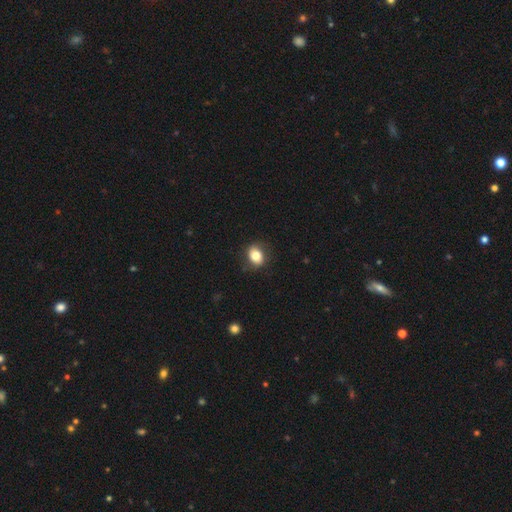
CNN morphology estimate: Q: Smooth or featured?
A: smooth (78%); runner-up: featured or disk (14%)
Q: How rounded?
A: in between (58%); runner-up: round (41%)
Q: Merging?
A: none (78%); runner-up: minor disturbance (16%)